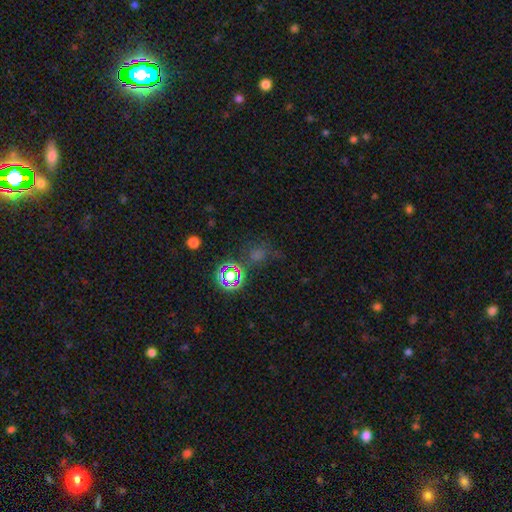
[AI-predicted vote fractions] Q: Smooth or featured?
A: star or artifact (57%); runner-up: smooth (33%)